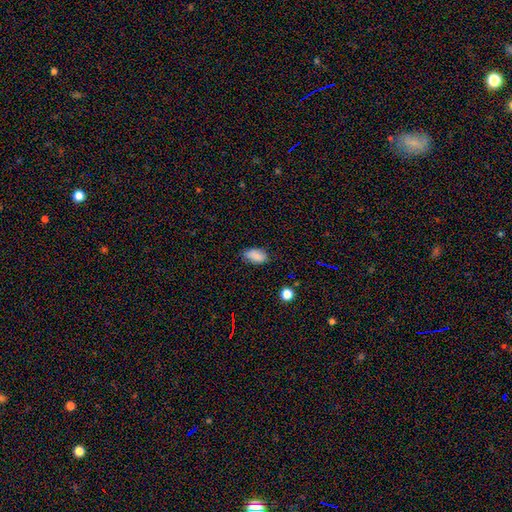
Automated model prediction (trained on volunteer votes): Smooth or featured? smooth (86%)
How rounded? in between (92%)
Merging? none (76%)